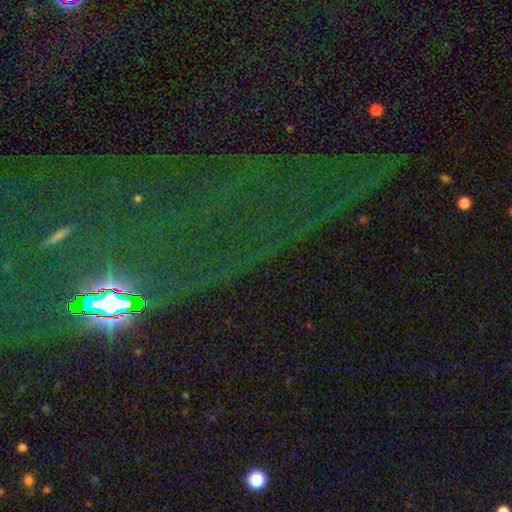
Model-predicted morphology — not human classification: star or artifact 81%, featured or disk 10%, smooth 9%.